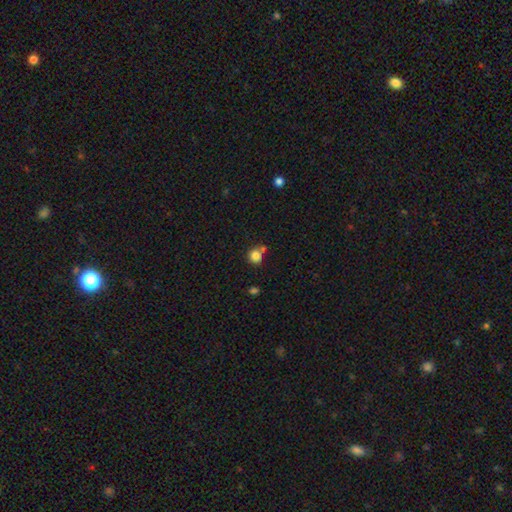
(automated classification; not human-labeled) Smooth or featured: smooth — 83% (star or artifact — 11%)
How rounded: round — 88% (in between — 11%)
Merging: none — 61% (merger — 24%)